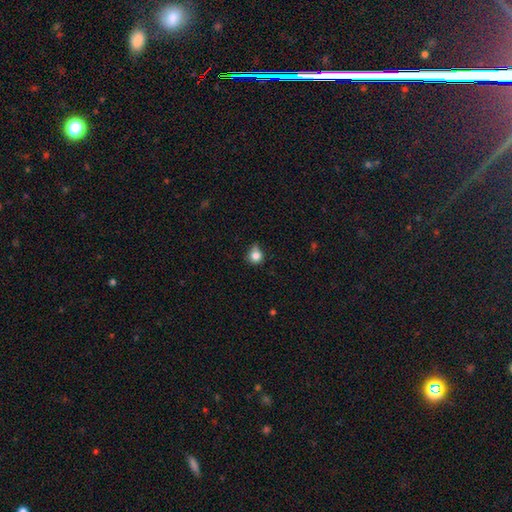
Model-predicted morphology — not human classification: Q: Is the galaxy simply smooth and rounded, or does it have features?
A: smooth — 82%.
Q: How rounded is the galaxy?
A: round — 84%.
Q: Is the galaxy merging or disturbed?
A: none — 56%.